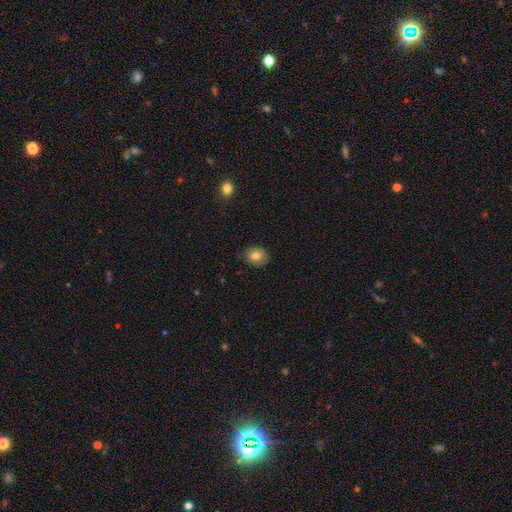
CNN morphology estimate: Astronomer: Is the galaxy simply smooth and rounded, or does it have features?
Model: smooth — 79%.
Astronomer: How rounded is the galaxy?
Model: round — 58% (runner-up: in between, 41%).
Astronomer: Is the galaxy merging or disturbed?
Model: none — 83%.